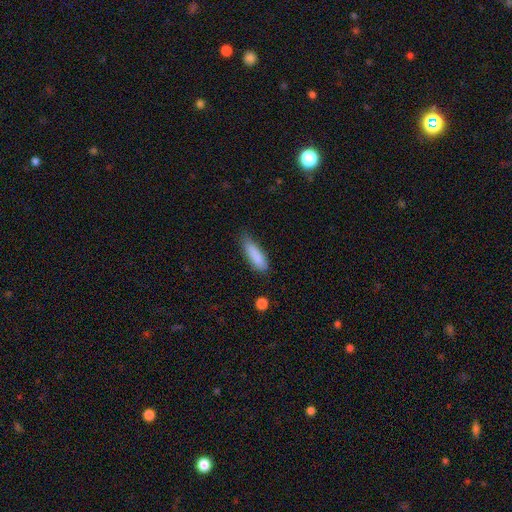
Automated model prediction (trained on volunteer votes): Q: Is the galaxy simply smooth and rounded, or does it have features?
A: smooth — 86%.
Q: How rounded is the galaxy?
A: cigar-shaped — 53%.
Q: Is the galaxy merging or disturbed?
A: none — 67%.